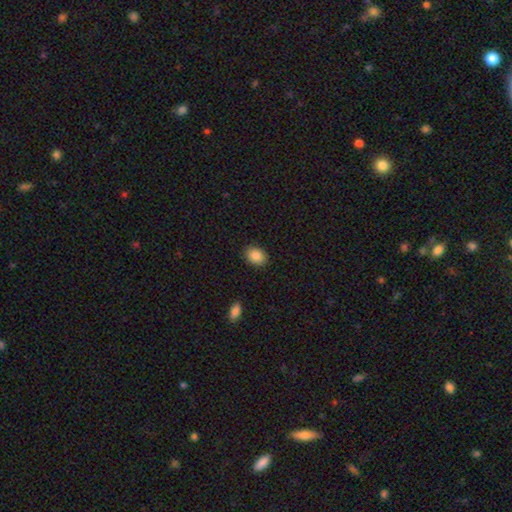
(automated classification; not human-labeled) smooth_or_featured: smooth (p=0.88) [alt: star or artifact p=0.08]
how_rounded: in between (p=0.66) [alt: round p=0.33]
merging: none (p=0.89) [alt: minor disturbance p=0.08]